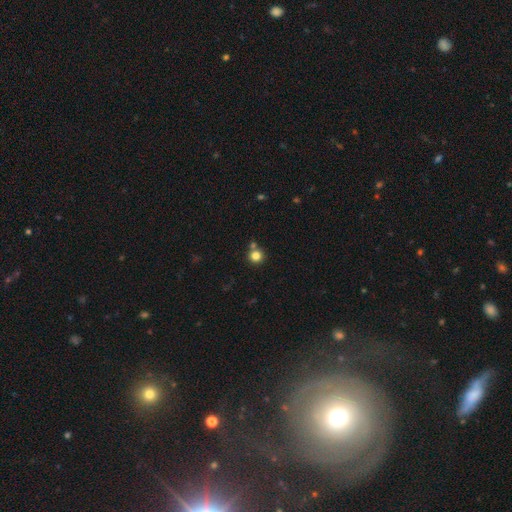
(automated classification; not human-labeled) Smooth or featured? Predicted: smooth (p=0.81). How rounded? Predicted: round (p=0.92). Merging? Predicted: none (p=0.71).